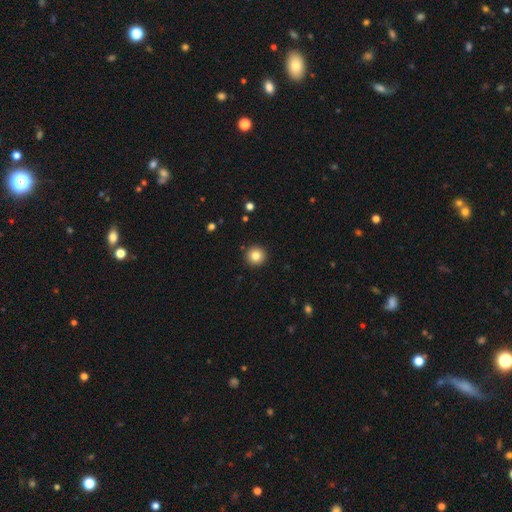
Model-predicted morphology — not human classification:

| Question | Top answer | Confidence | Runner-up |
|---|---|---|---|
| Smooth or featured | smooth | 82% | star or artifact (10%) |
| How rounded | round | 96% | in between (3%) |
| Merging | none | 93% | minor disturbance (5%) |